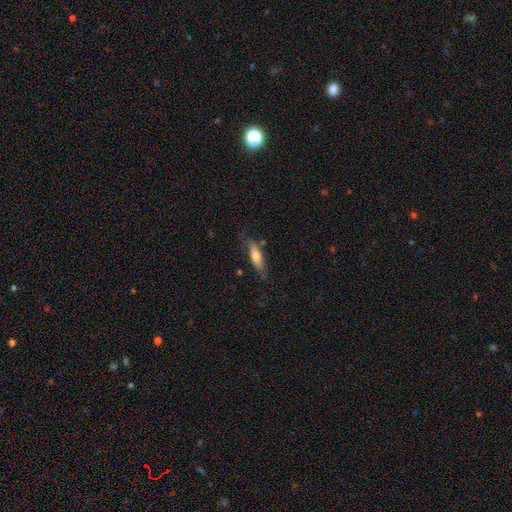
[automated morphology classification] Q: Smooth or featured?
A: smooth (63%); runner-up: featured or disk (31%)
Q: How rounded?
A: cigar-shaped (62%); runner-up: in between (36%)
Q: Merging?
A: none (69%); runner-up: minor disturbance (22%)